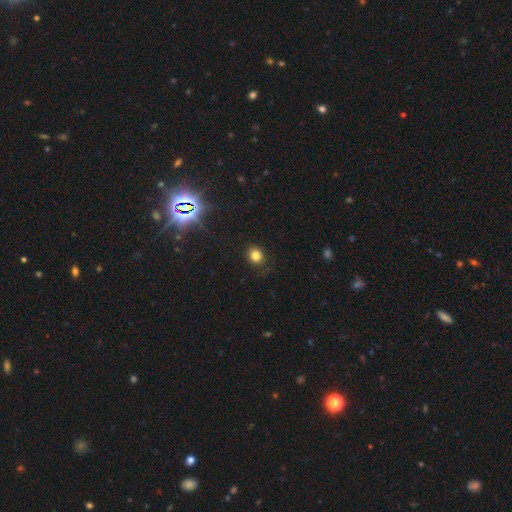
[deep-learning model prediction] smooth-or-featured: smooth: 80% | star or artifact: 15% | featured or disk: 5%
  how-rounded: round: 85% | in between: 14% | cigar-shaped: 1%
  merging: none: 87% | minor disturbance: 9% | major disturbance: 3% | merger: 1%